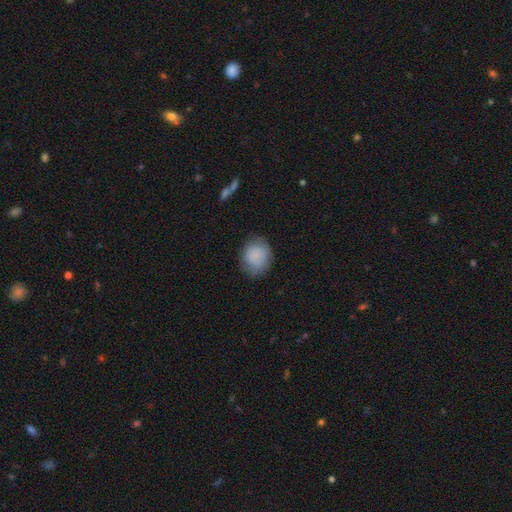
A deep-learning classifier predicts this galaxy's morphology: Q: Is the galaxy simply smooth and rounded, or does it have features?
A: smooth — 81%.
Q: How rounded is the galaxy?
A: round — 66%.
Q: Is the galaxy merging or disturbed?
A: none — 72%.